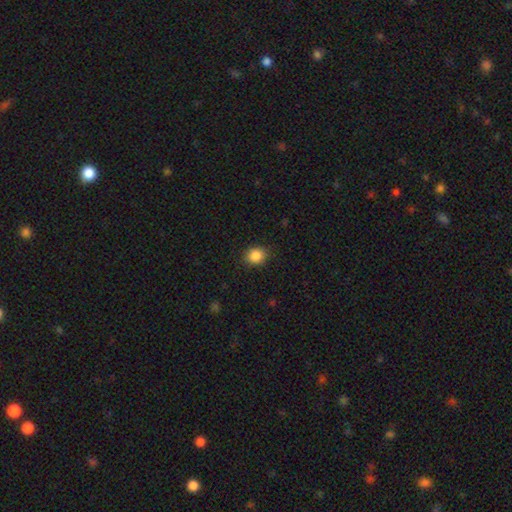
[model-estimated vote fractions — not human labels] Smooth or featured: smooth — 86% (star or artifact — 10%)
How rounded: round — 76% (in between — 23%)
Merging: none — 87% (minor disturbance — 9%)